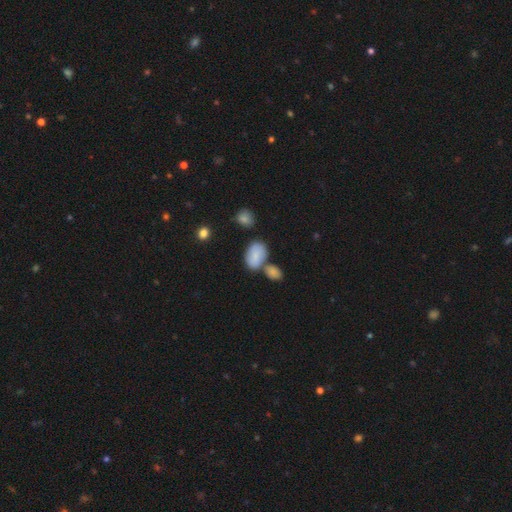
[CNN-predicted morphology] Smooth or featured? smooth (81%)
How rounded? in between (90%)
Merging? none (46%)